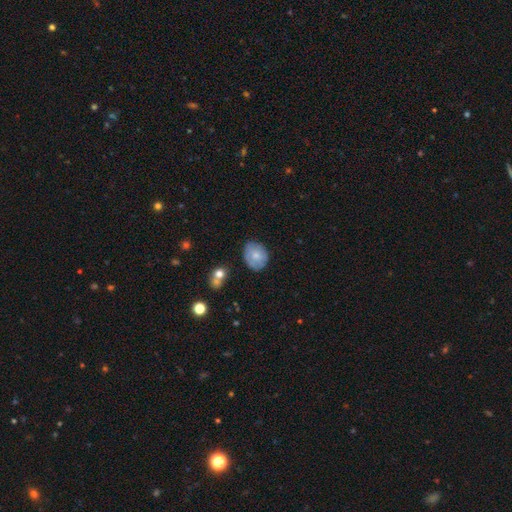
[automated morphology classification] Overall: smooth (68%). How rounded: in between (50%; round 49%). Merging: none (70%).